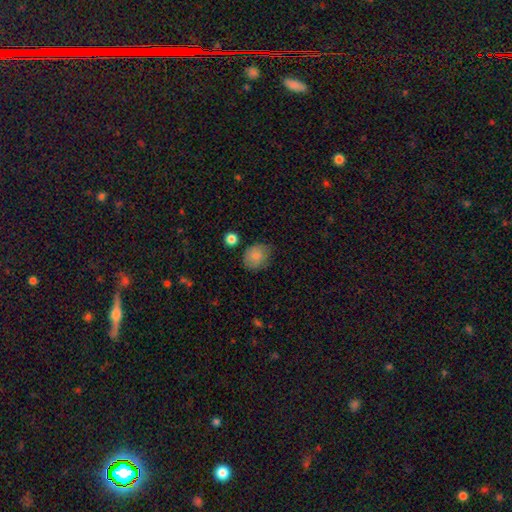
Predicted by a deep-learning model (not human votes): Smooth or featured? smooth (83%)
How rounded? round (64%)
Merging? none (63%)